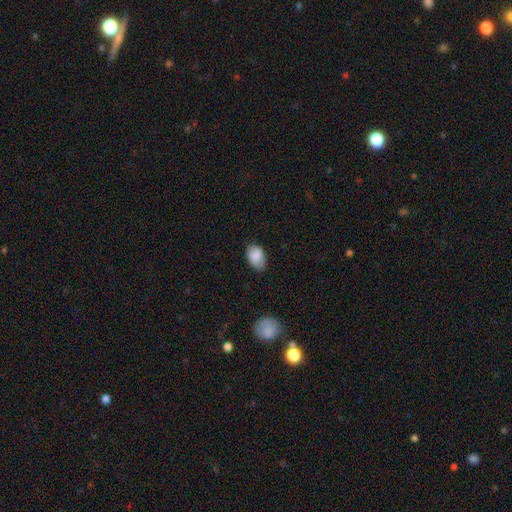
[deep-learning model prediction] Overall: smooth (86%). How rounded: in between (89%). Merging: none (73%).